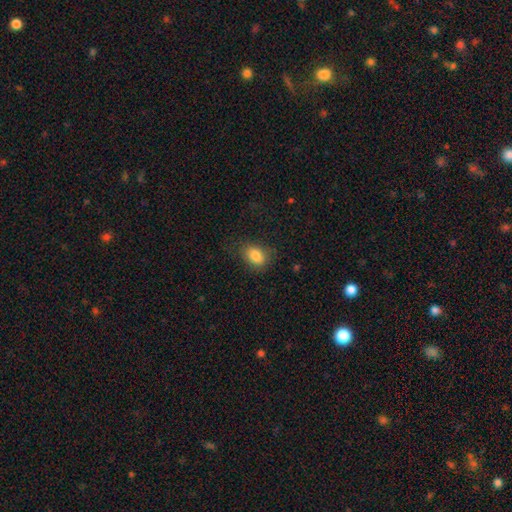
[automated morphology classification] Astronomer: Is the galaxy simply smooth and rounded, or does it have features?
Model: smooth — 84%.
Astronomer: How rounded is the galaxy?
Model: in between — 73%.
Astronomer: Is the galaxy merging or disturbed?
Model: none — 74%.